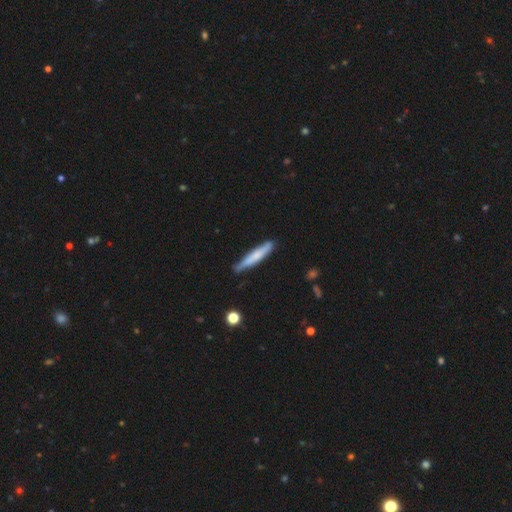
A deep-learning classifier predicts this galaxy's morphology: smooth-or-featured: smooth: 64% | featured or disk: 31% | star or artifact: 5%
  how-rounded: cigar-shaped: 93% | in between: 5% | round: 1%
  merging: none: 80% | minor disturbance: 16% | major disturbance: 2% | merger: 2%